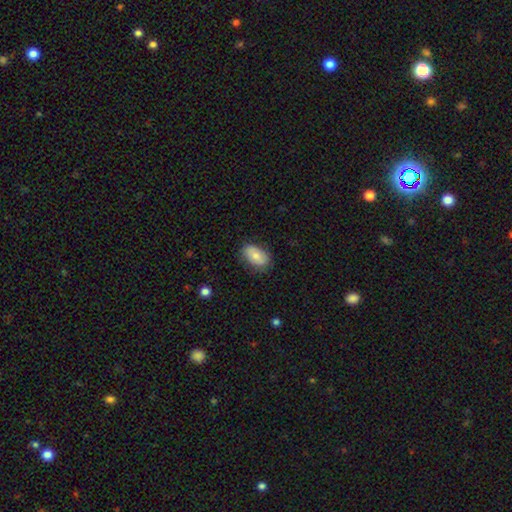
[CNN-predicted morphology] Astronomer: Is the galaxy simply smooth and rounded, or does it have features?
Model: smooth — 77%.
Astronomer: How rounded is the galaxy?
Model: in between — 92%.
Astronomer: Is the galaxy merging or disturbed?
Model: none — 79%.